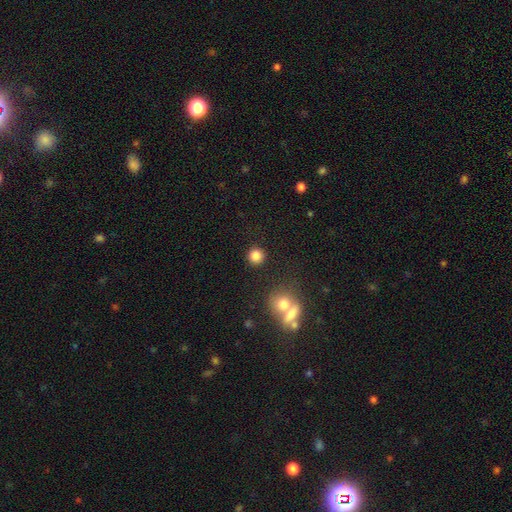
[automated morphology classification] Smooth or featured? smooth (84%)
How rounded? round (93%)
Merging? none (87%)